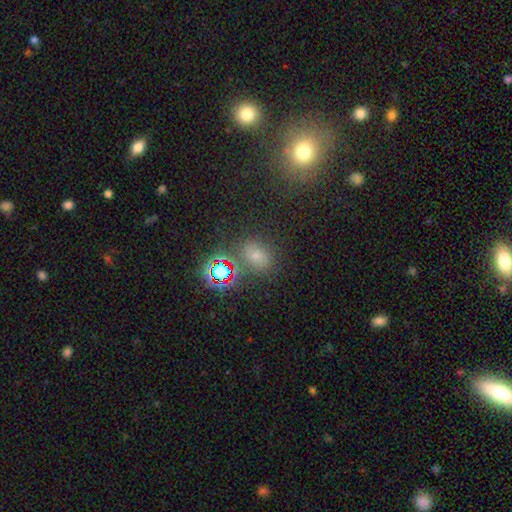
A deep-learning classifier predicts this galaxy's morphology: This is possibly a smooth galaxy (54%). How rounded: possibly in between (52%). Merging: likely none (72%).